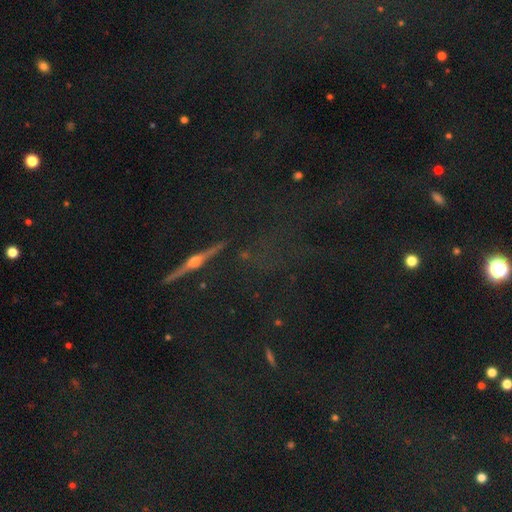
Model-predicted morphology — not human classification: Overall: star or artifact (60%; featured or disk 21%).